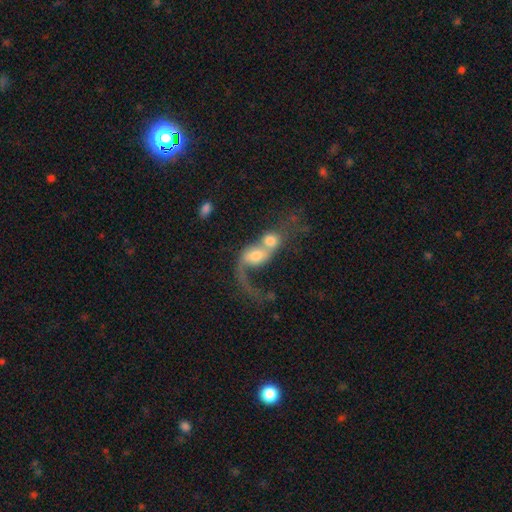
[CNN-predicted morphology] type=featured or disk (49%); merging=merger (78%).